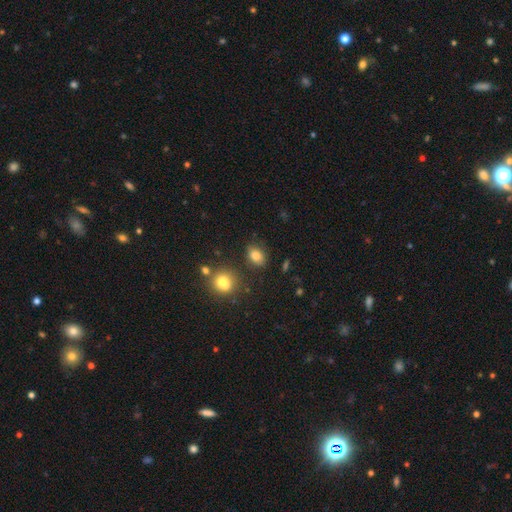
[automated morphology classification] Smooth or featured? Predicted: smooth (p=0.82). How rounded? Predicted: in between (p=0.75). Merging? Predicted: none (p=0.76).